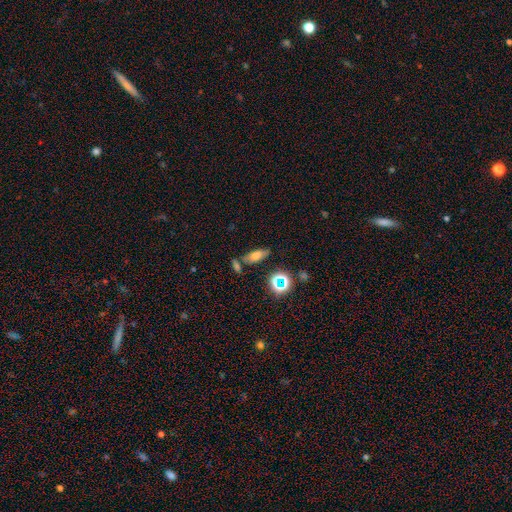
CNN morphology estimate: Q: Smooth or featured?
A: smooth (64%); runner-up: featured or disk (19%)
Q: How rounded?
A: in between (70%); runner-up: cigar-shaped (23%)
Q: Merging?
A: none (68%); runner-up: minor disturbance (14%)